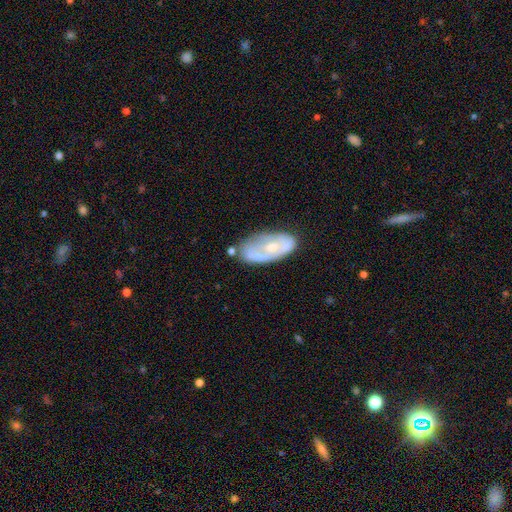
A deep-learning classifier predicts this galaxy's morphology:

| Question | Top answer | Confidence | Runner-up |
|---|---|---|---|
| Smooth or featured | featured or disk | 55% | smooth (39%) |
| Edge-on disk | no | 93% | yes (7%) |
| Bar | no | 75% | weak (21%) |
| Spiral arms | no | 60% | yes (40%) |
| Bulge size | moderate | 48% | small (37%) |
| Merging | none | 49% | minor disturbance (28%) |